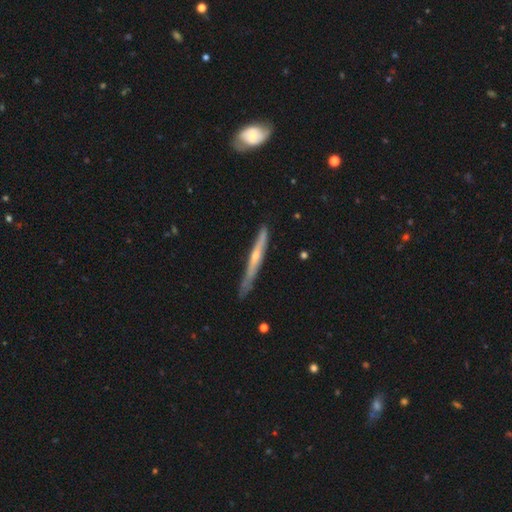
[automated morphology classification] The model was most divided on "edge-on bulge": rounded: 59%, none: 37%, boxy: 5%. More confident: edge-on disk — yes (94%); merging — none (77%); smooth or featured — featured or disk (66%).